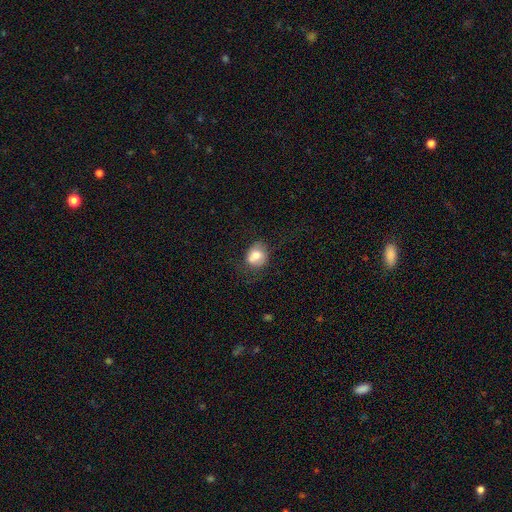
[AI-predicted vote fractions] smooth 73%, featured or disk 18%, star or artifact 9%. Down the decision tree: how rounded — round (59%); merging — none (60%).